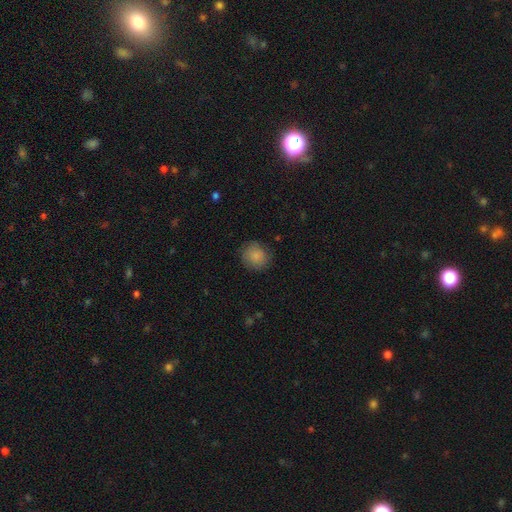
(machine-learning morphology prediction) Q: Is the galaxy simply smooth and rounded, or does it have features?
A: smooth — 87%.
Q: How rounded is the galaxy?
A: round — 87%.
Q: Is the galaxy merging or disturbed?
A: none — 85%.